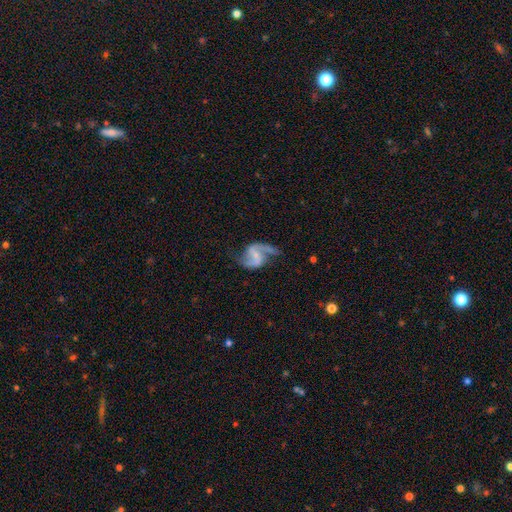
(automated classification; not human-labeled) This appears to be a featured or disk galaxy (90%) with a weak bar (48%), 2 (93%) loose (52%) spiral arms (97%) and a small central bulge (58%). Merging: none (70%).